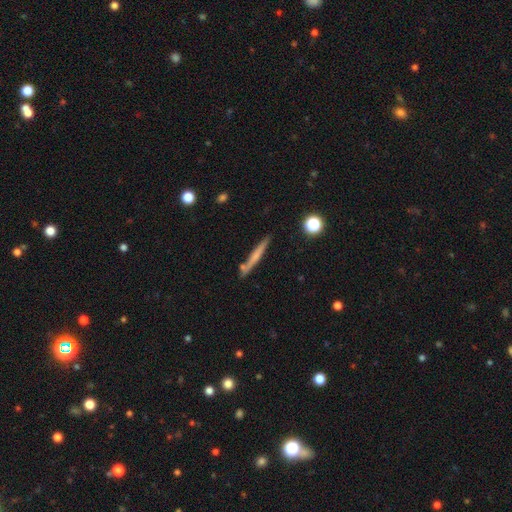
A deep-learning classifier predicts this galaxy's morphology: smooth_or_featured: smooth (p=0.51) [alt: featured or disk p=0.41]
how_rounded: cigar-shaped (p=0.95) [alt: in between p=0.03]
merging: none (p=0.79) [alt: minor disturbance p=0.12]